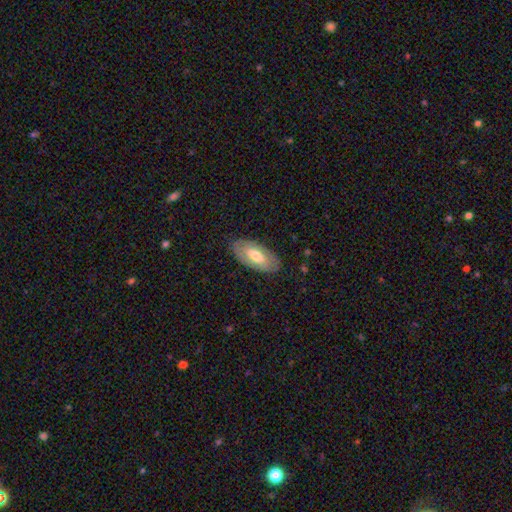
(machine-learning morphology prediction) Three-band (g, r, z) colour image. It shows a smooth galaxy with no disk features (55%) that is in between round and cigar-shaped (91%). Merging: none (84%).